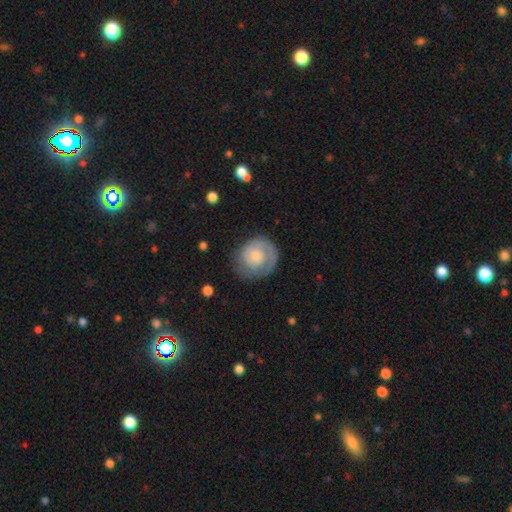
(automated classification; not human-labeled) smooth 54%, featured or disk 40%, star or artifact 6%. Down the decision tree: how rounded — round (77%); merging — none (58%).